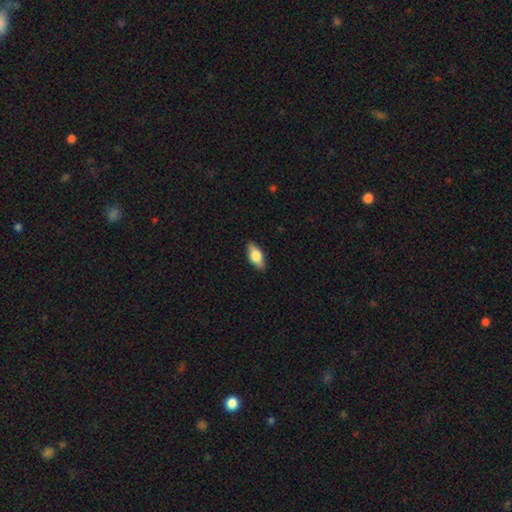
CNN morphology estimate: Overall: smooth (66%; featured or disk 27%). How rounded: in between (81%). Merging: none (88%).